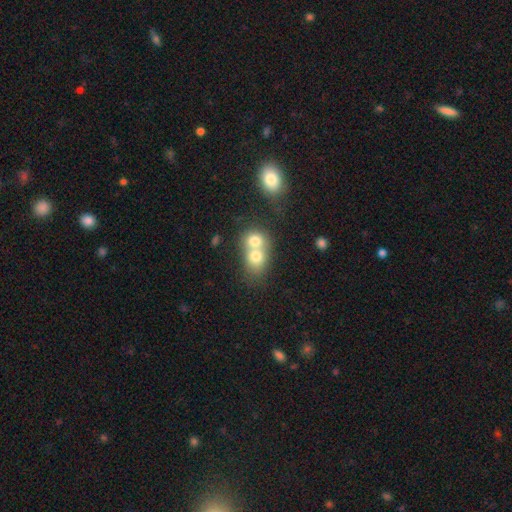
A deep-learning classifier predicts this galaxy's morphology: This is likely a smooth galaxy (72%). How rounded: possibly round (59%). Merging: likely merger (73%).